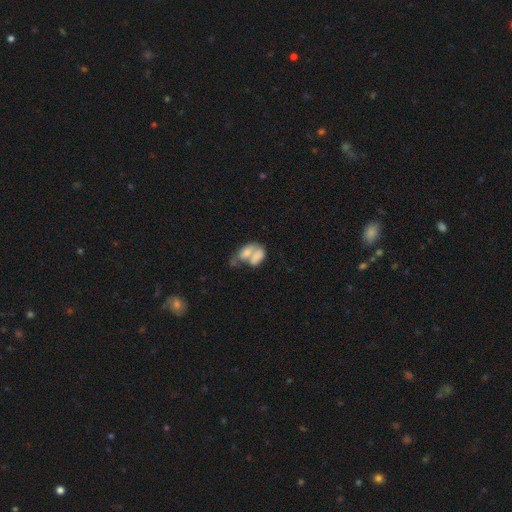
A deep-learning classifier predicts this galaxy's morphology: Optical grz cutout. It shows a smooth galaxy with no disk features (61%) that is in between round and cigar-shaped (84%). Merging: merger (67%).